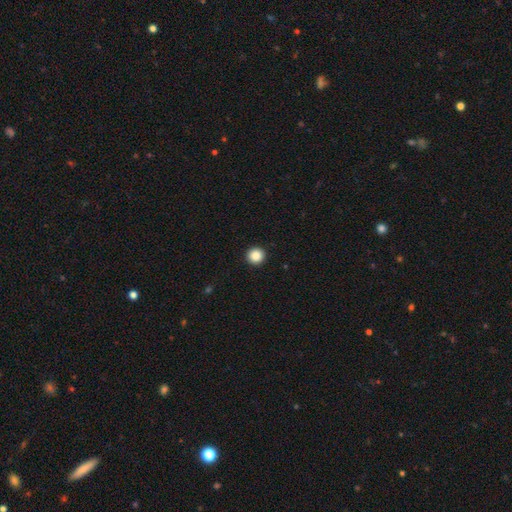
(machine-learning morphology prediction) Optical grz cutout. It shows a smooth galaxy with no disk features (87%) that is round (95%). Merging: none (94%).